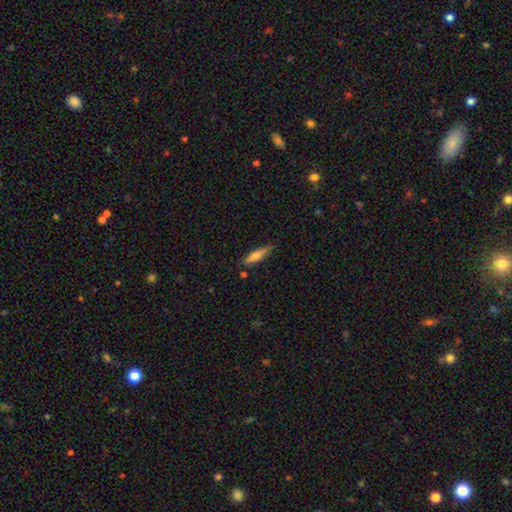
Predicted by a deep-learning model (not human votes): smooth-or-featured: smooth: 68% | featured or disk: 26% | star or artifact: 6%
  how-rounded: cigar-shaped: 76% | in between: 22% | round: 2%
  merging: none: 77% | minor disturbance: 17% | merger: 3% | major disturbance: 3%